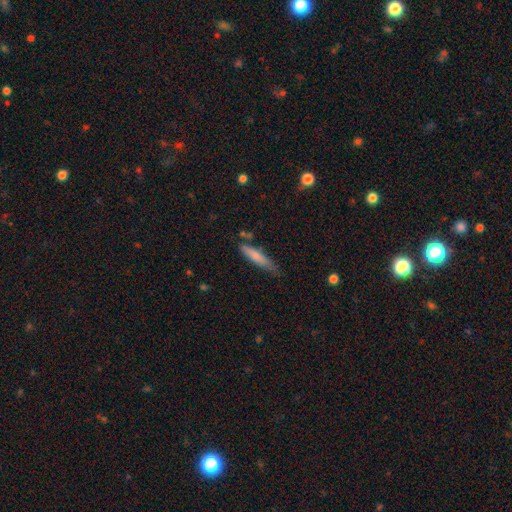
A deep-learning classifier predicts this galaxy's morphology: Overall: smooth (72%). How rounded: cigar-shaped (86%). Merging: none (65%; minor disturbance 26%).